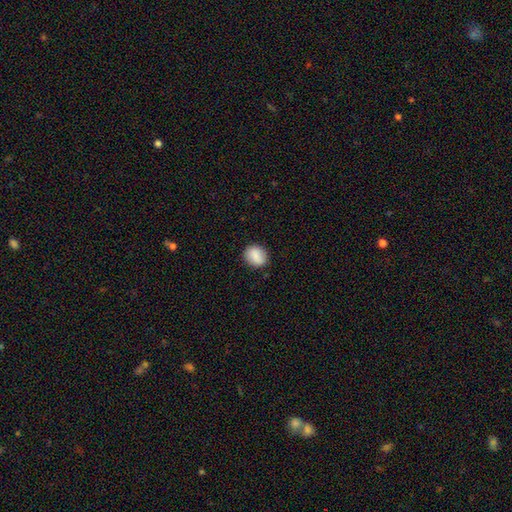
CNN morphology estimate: The model was most divided on "how rounded": round: 64%, in between: 35%, cigar-shaped: 1%. More confident: merging — none (86%); smooth or featured — smooth (86%).